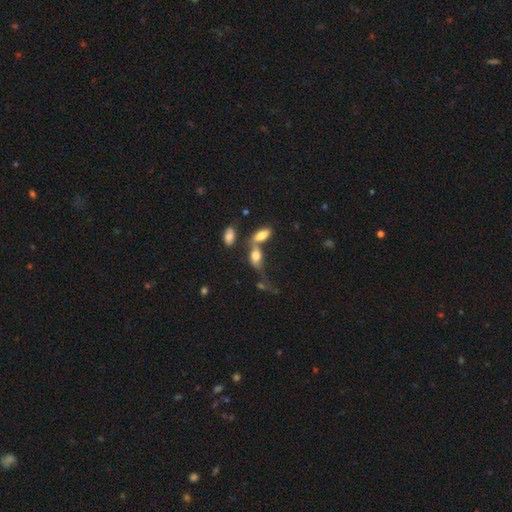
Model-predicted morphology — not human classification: type=smooth (70%); roundness=in between (83%); merging=merger (46%).